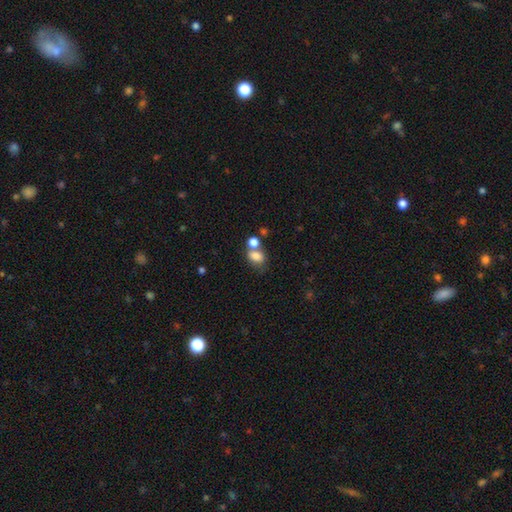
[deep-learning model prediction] Smooth or featured? Predicted: smooth (p=0.79). How rounded? Predicted: in between (p=0.66). Merging? Predicted: merger (p=0.40).